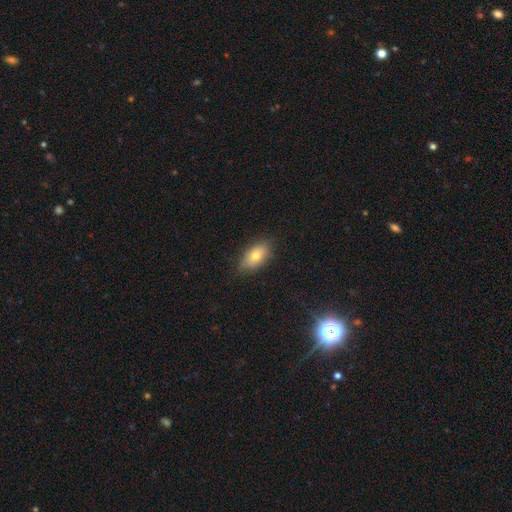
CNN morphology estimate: smooth 74%, featured or disk 17%, star or artifact 8%. Down the decision tree: how rounded — in between (89%); merging — none (82%).